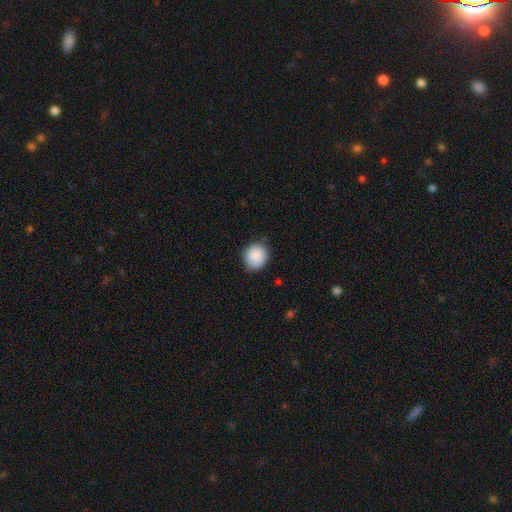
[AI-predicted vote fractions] Smooth or featured: smooth — 87% (star or artifact — 7%)
How rounded: round — 79% (in between — 20%)
Merging: none — 74% (minor disturbance — 21%)